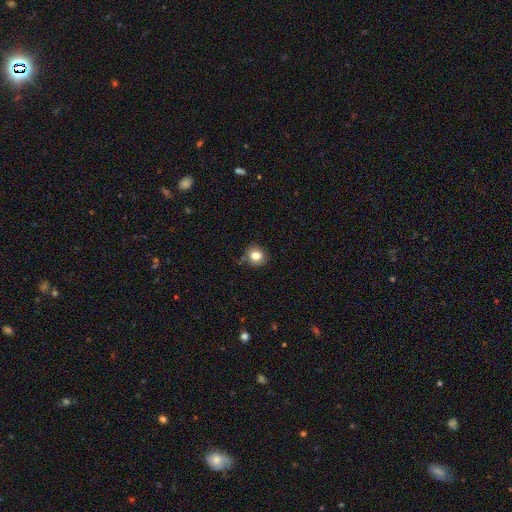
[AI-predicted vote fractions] smooth 81%, star or artifact 11%, featured or disk 8%. Down the decision tree: how rounded — round (86%); merging — none (85%).